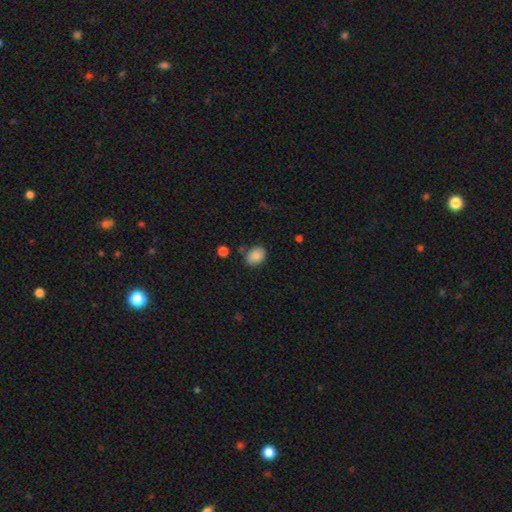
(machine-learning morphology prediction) This appears to be a smooth galaxy with no disk features (86%) that is in between round and cigar-shaped (73%). Merging: none (75%).